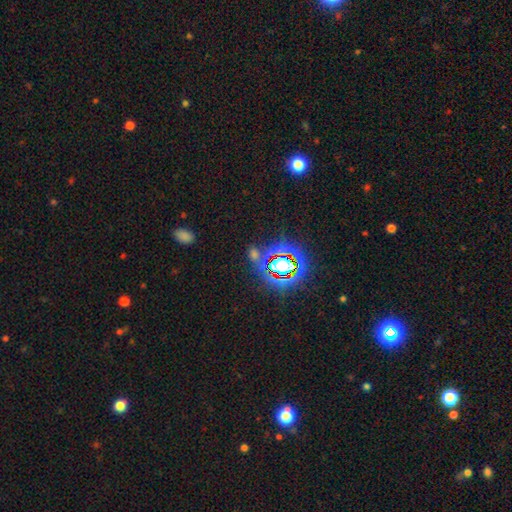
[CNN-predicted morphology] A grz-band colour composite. It shows a star or artifact, not a galaxy (66%).